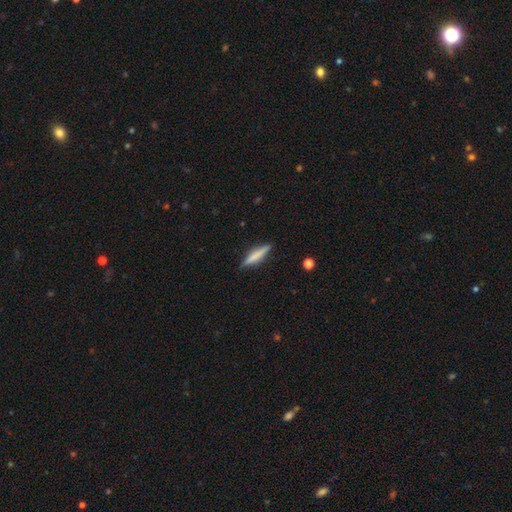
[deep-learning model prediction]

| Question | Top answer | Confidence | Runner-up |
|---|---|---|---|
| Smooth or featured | smooth | 58% | featured or disk (36%) |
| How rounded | cigar-shaped | 86% | in between (12%) |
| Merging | none | 87% | minor disturbance (10%) |